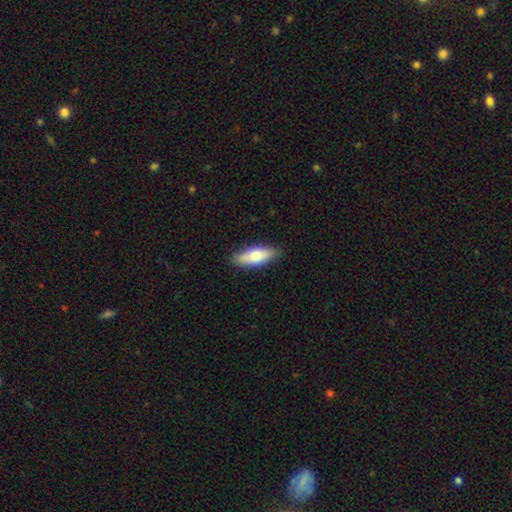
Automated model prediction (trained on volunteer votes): A smooth galaxy with no disk features (71%) that is in between round and cigar-shaped (67%). Merging: none (87%).